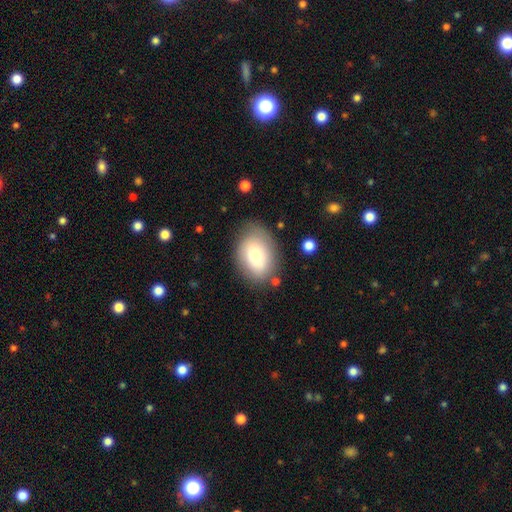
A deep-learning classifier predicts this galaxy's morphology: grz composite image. It shows a smooth galaxy with no disk features (76%) that is in between round and cigar-shaped (79%). Merging: none (74%).